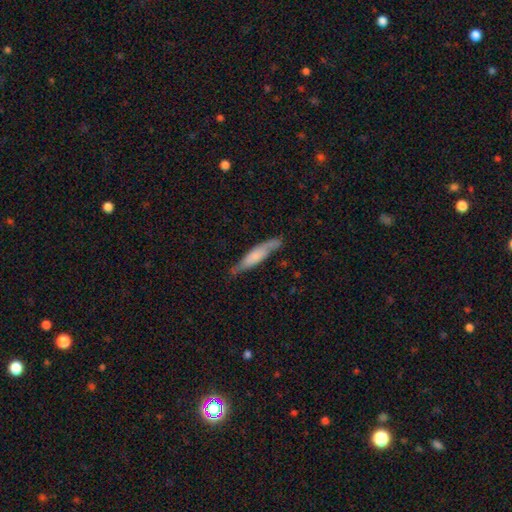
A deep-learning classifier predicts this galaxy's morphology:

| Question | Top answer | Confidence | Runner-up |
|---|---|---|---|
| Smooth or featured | smooth | 59% | featured or disk (35%) |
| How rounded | cigar-shaped | 83% | in between (16%) |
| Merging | none | 71% | minor disturbance (22%) |